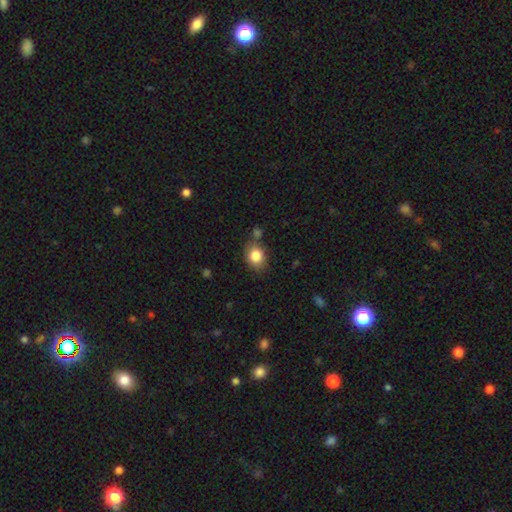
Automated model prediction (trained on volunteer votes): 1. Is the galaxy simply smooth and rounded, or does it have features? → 83% smooth, 10% star or artifact, 7% featured or disk.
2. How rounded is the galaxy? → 57% round, 42% in between, 1% cigar-shaped.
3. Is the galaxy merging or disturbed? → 72% none, 16% minor disturbance, 8% merger, 4% major disturbance.